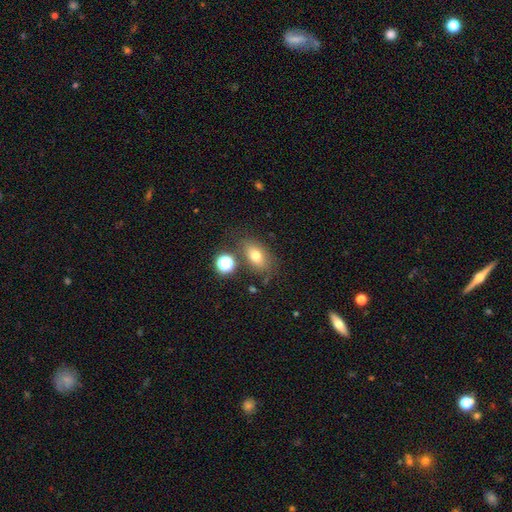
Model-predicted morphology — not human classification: This is likely a smooth galaxy (72%). How rounded: clearly in between (82%). Merging: likely none (72%).